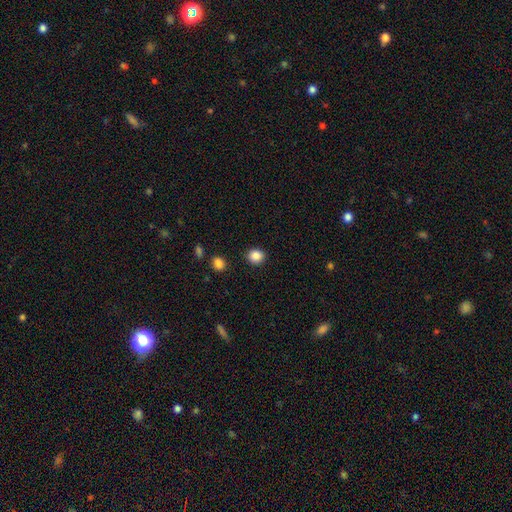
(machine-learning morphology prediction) type=smooth (87%); roundness=round (79%); merging=none (90%).